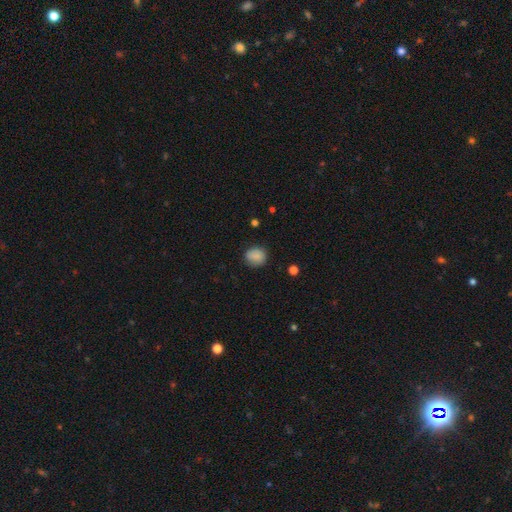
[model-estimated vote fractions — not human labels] Q: Smooth or featured?
A: smooth (85%); runner-up: star or artifact (9%)
Q: How rounded?
A: round (73%); runner-up: in between (26%)
Q: Merging?
A: none (80%); runner-up: minor disturbance (15%)